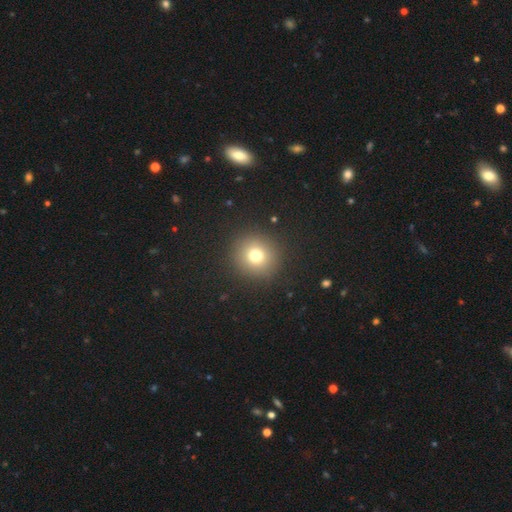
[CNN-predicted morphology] A smooth galaxy with no disk features (75%) that is round (92%). Merging: none (91%).